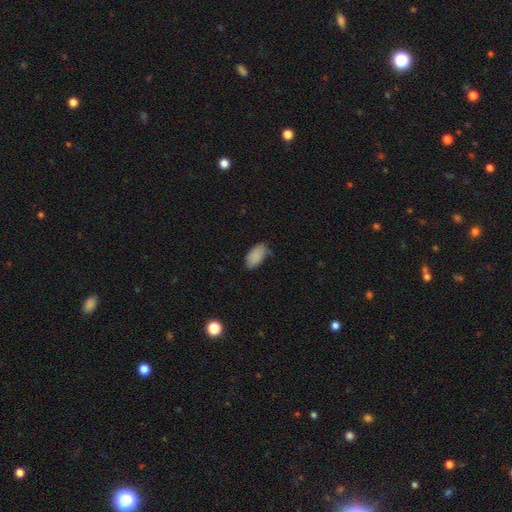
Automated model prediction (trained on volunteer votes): This appears to be a smooth galaxy with no disk features (87%) that is in between round and cigar-shaped (95%). Merging: none (66%).